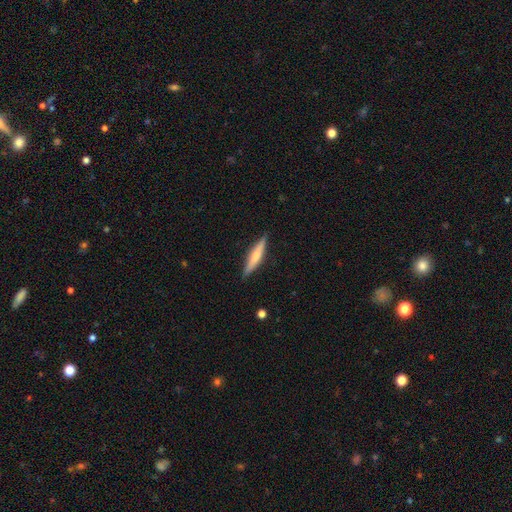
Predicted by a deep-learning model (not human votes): Smooth or featured? smooth (49%)
Merging? none (89%)